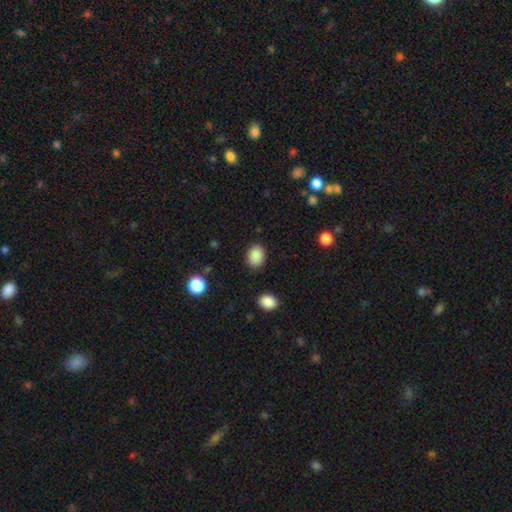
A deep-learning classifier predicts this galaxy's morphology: This appears to be a smooth galaxy with no disk features (89%) that is in between round and cigar-shaped (60%). Merging: none (86%).